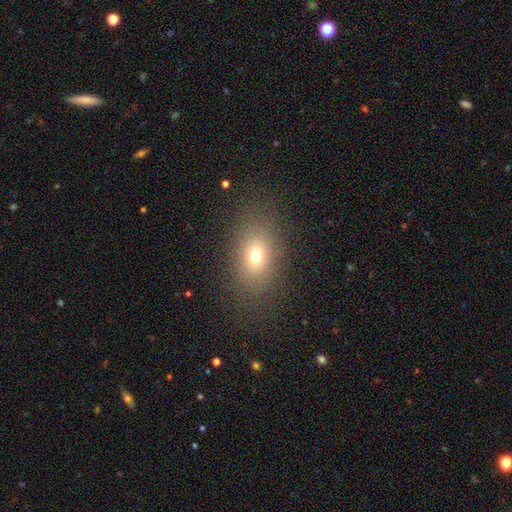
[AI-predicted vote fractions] This appears to be a smooth galaxy with no disk features (70%) that is in between round and cigar-shaped (70%). Merging: none (81%).